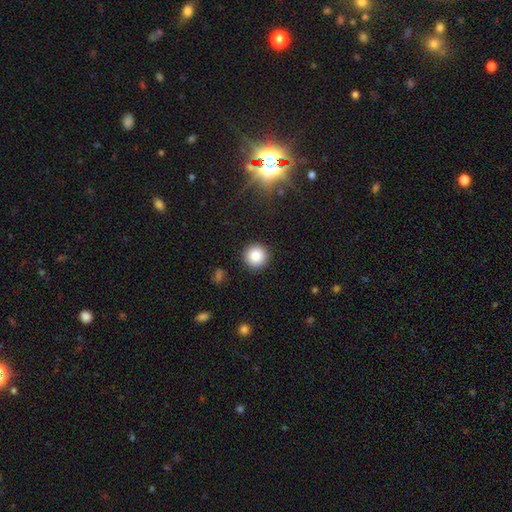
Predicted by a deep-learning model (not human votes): Smooth or featured: smooth — 86% (star or artifact — 10%)
How rounded: round — 96% (in between — 3%)
Merging: none — 91% (minor disturbance — 5%)